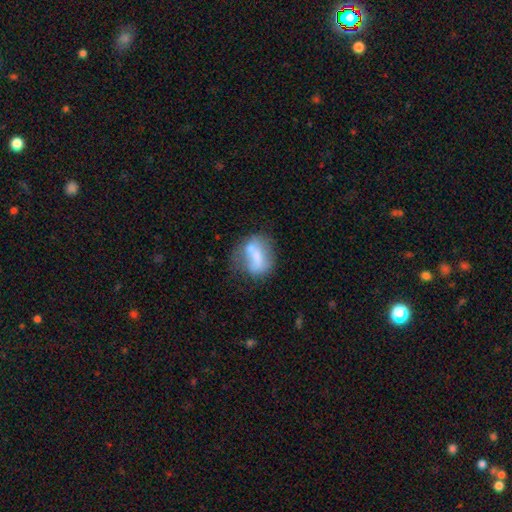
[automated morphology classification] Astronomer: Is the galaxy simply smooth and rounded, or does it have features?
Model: smooth — 55% (runner-up: featured or disk, 36%).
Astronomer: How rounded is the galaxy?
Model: in between — 56% (runner-up: round, 41%).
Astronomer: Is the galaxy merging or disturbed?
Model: none — 34% (runner-up: merger, 32%).